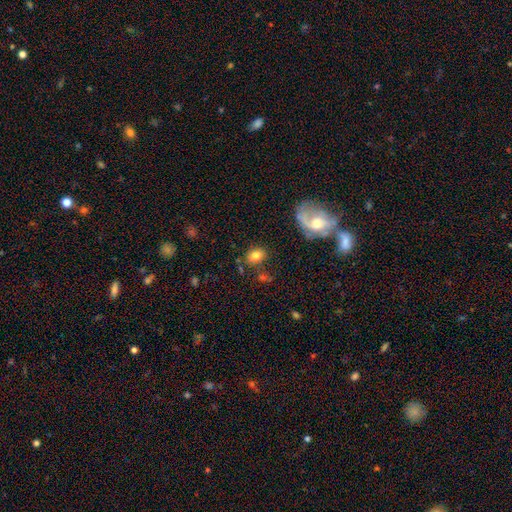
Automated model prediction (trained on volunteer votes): Morphology: type=smooth (78%); roundness=in between (67%); merging=none (75%).